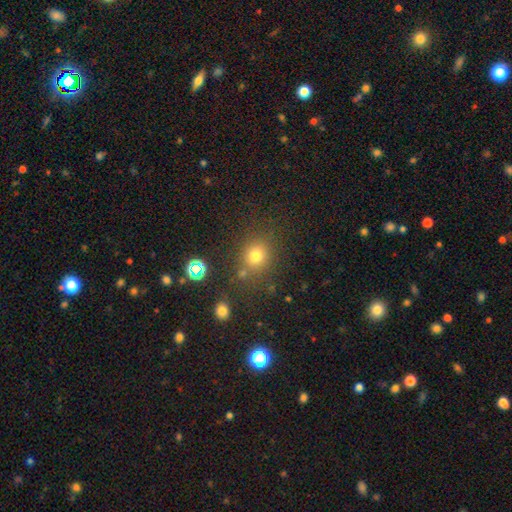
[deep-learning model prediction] Morphology: type=smooth (74%); roundness=round (80%); merging=none (76%).